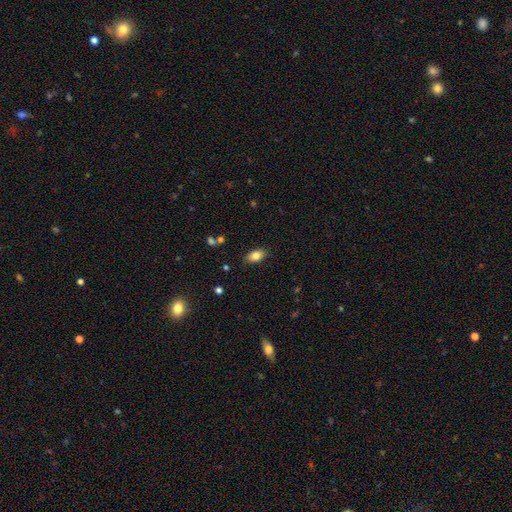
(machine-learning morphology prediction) smooth-or-featured: smooth: 81% | featured or disk: 10% | star or artifact: 9%
  how-rounded: in between: 89% | round: 8% | cigar-shaped: 3%
  merging: none: 87% | minor disturbance: 10% | major disturbance: 2% | merger: 1%